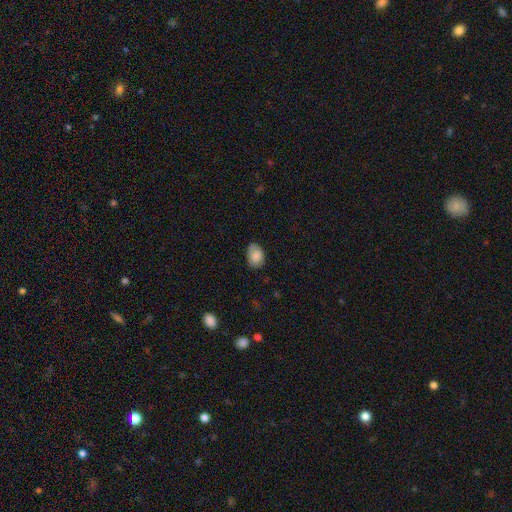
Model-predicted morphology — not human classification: type=smooth (82%); roundness=in between (84%); merging=none (73%).